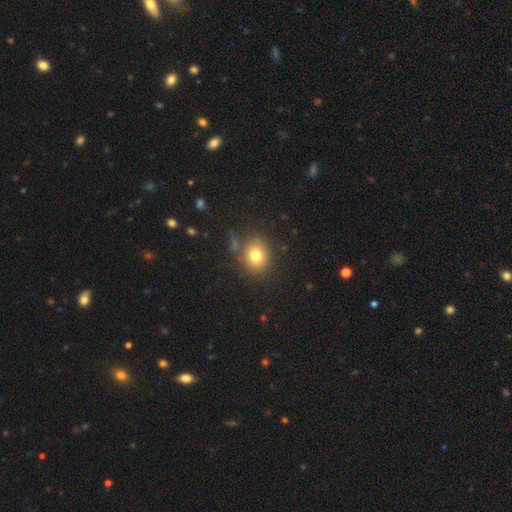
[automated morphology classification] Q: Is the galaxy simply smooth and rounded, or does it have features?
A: smooth — 77%.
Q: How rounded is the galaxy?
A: round — 73%.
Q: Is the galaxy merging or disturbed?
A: none — 79%.